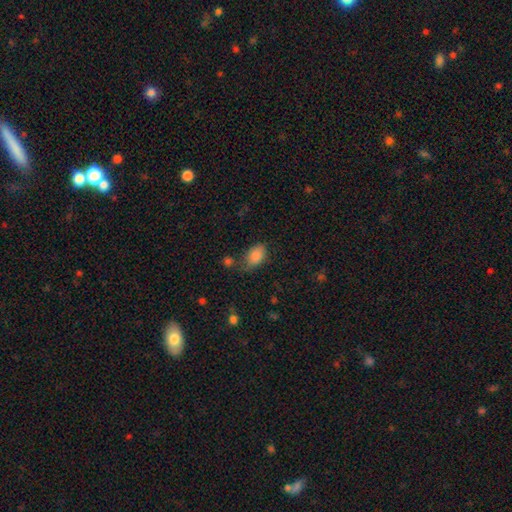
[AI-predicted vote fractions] Smooth or featured? smooth (86%)
How rounded? in between (86%)
Merging? none (58%)